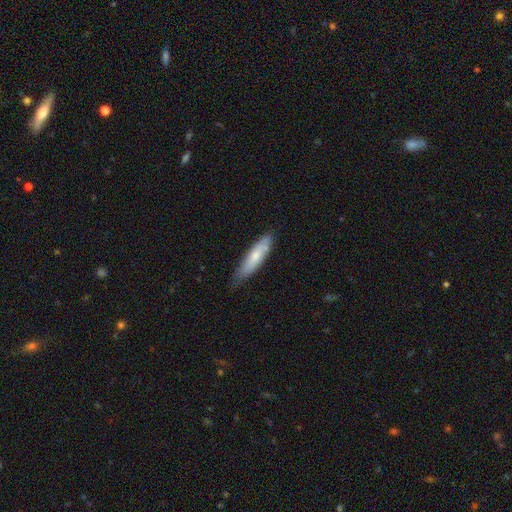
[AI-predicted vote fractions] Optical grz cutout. It shows a smooth galaxy with no disk features (66%) that is cigar-shaped (71%). Merging: none (69%).